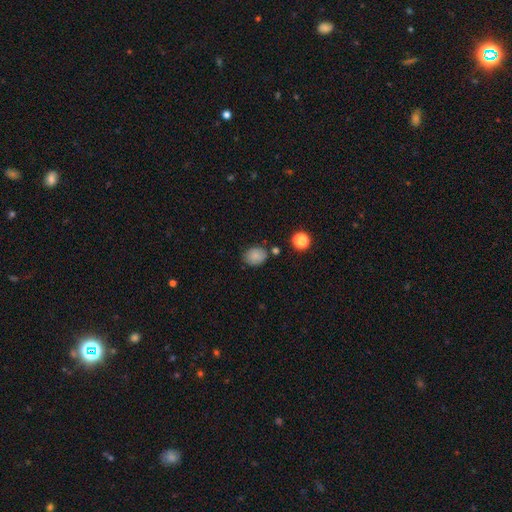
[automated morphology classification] A smooth galaxy with no disk features (84%) that is round (53%). Merging: none (76%).